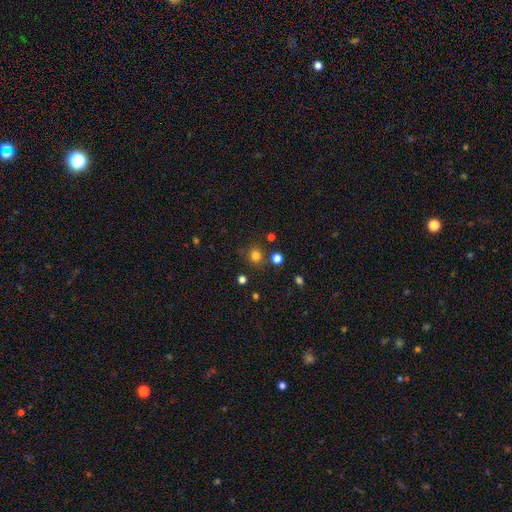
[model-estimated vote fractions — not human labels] Smooth or featured? Predicted: smooth (p=0.76). How rounded? Predicted: round (p=0.90). Merging? Predicted: none (p=0.81).